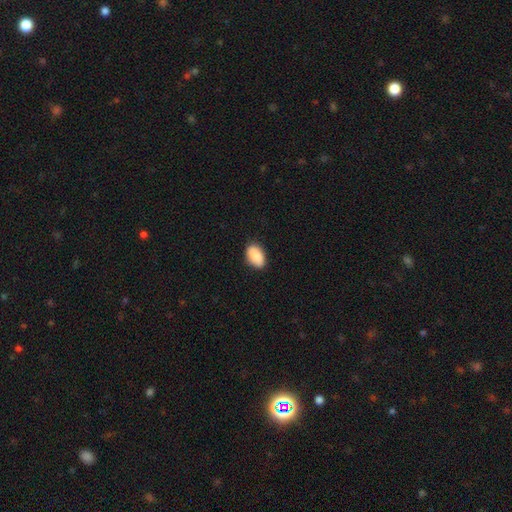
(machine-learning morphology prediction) Smooth or featured: smooth — 89% (star or artifact — 6%)
How rounded: in between — 92% (round — 6%)
Merging: none — 86% (minor disturbance — 11%)